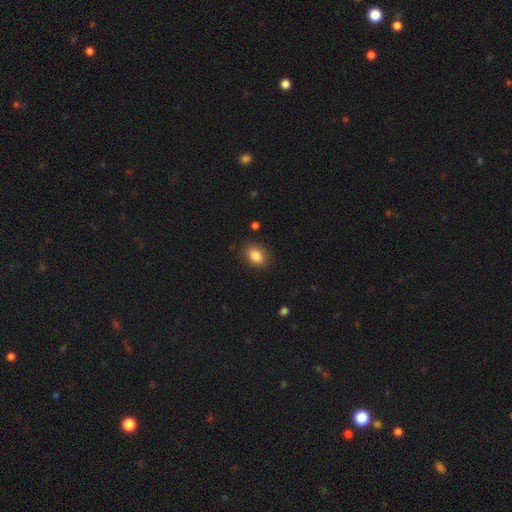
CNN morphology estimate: Smooth or featured? Predicted: smooth (p=0.85). How rounded? Predicted: in between (p=0.73). Merging? Predicted: none (p=0.86).